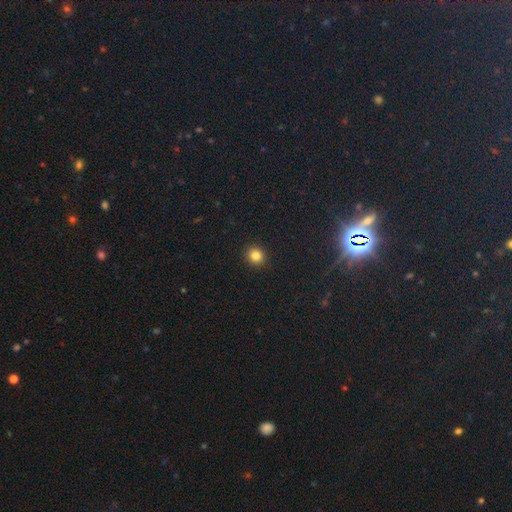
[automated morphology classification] Smooth or featured: smooth — 83% (star or artifact — 12%)
How rounded: round — 88% (in between — 11%)
Merging: none — 93% (minor disturbance — 5%)